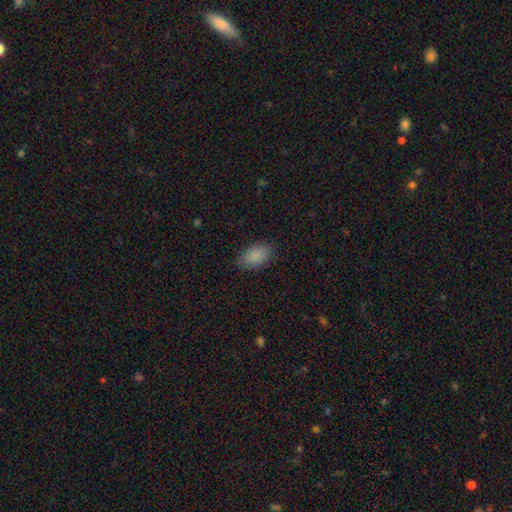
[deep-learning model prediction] A smooth galaxy with no disk features (88%) that is in between round and cigar-shaped (90%).

Vote fractions:
- Smooth or featured? smooth: 88% / star or artifact: 8% / featured or disk: 4%
- How rounded? in between: 90% / round: 9% / cigar-shaped: 1%
- Merging? none: 84% / minor disturbance: 12% / major disturbance: 3% / merger: 1%